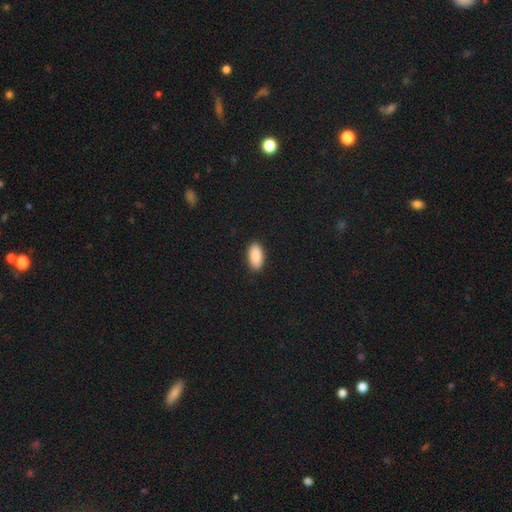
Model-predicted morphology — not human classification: type=smooth (91%); roundness=in between (93%); merging=none (90%).